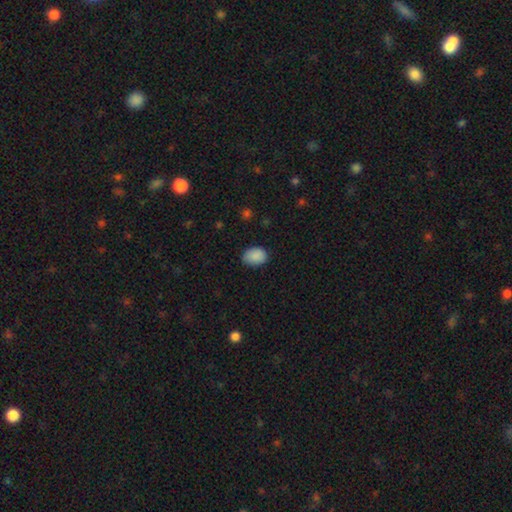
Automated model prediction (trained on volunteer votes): A smooth galaxy with no disk features (89%) that is in between round and cigar-shaped (71%). Merging: none (78%).